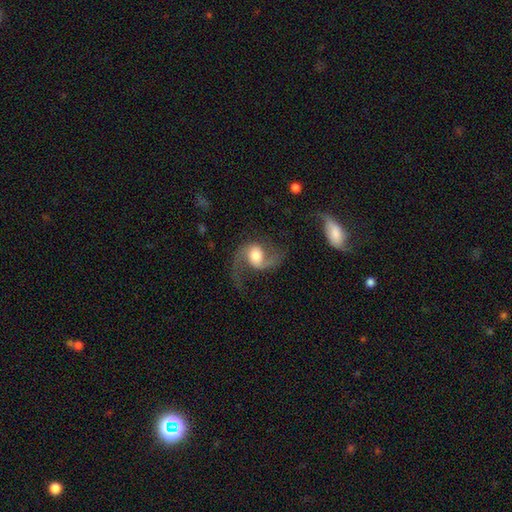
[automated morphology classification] The model was most divided on "bulge size": moderate: 49%, large: 33%, small: 10%, dominant: 5%, none: 3%. More confident: edge-on disk — no (98%); spiral arms — yes (96%); spiral arm count — 2 (90%); smooth or featured — featured or disk (85%); merging — none (61%); spiral winding — loose (59%); bar — no (55%).